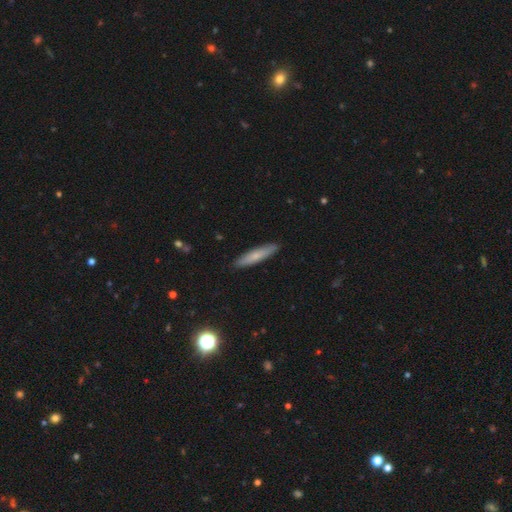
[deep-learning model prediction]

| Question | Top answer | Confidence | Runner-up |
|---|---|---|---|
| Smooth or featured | smooth | 70% | featured or disk (24%) |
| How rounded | cigar-shaped | 86% | in between (12%) |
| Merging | none | 90% | minor disturbance (8%) |